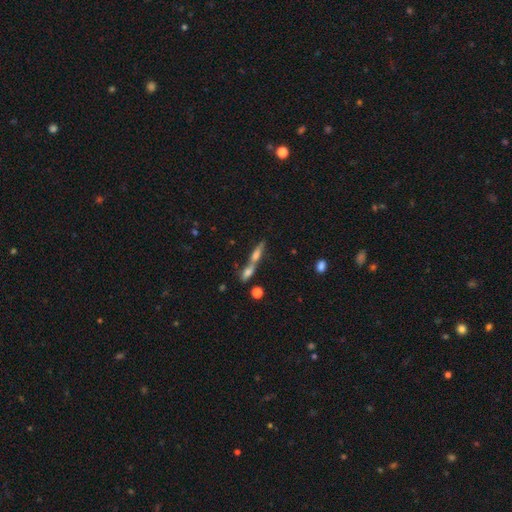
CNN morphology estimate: smooth_or_featured: featured or disk (p=0.50) [alt: smooth p=0.38]
merging: none (p=0.44) [alt: merger p=0.42]